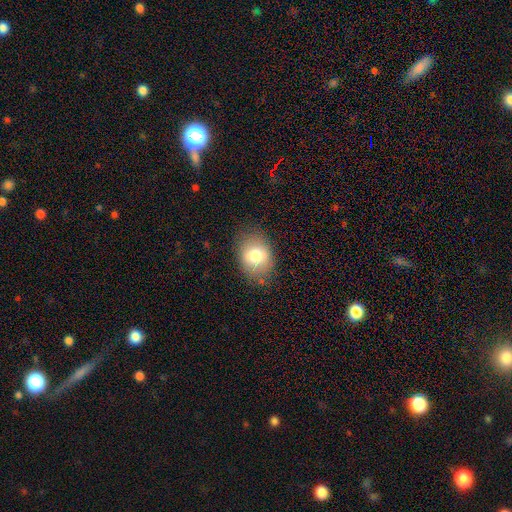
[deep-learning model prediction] smooth-or-featured: smooth: 74% | featured or disk: 17% | star or artifact: 9%
  how-rounded: in between: 66% | round: 33% | cigar-shaped: 1%
  merging: none: 78% | minor disturbance: 16% | major disturbance: 5% | merger: 1%